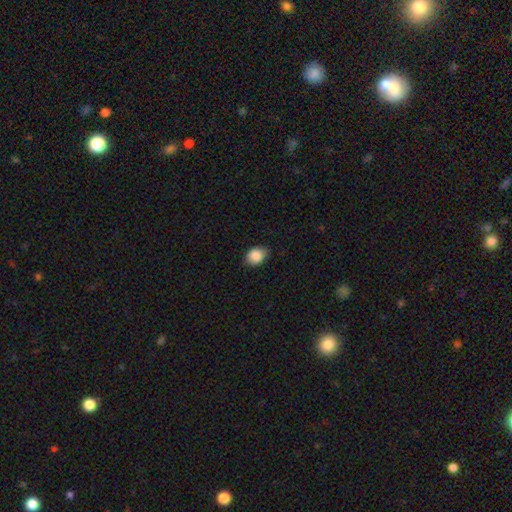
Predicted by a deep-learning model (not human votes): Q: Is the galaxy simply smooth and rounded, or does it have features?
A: smooth — 88%.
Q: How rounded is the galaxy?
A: in between — 64%.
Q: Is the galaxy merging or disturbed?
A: none — 78%.